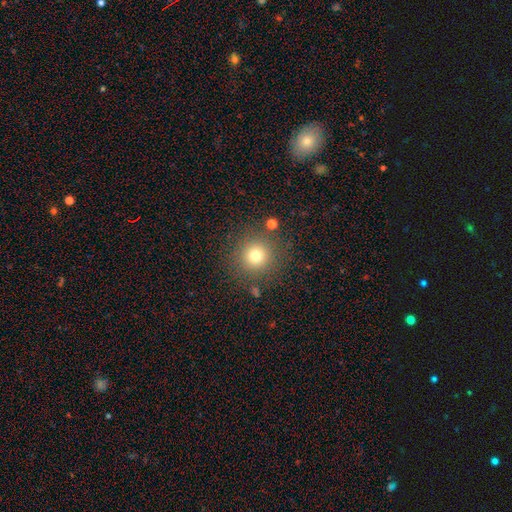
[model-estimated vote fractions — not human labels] Overall: smooth (76%). How rounded: round (95%). Merging: none (86%).